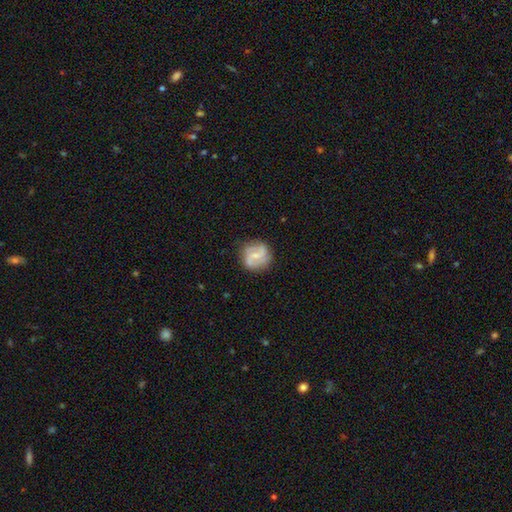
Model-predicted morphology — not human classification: Smooth or featured?
  - featured or disk: 65% *
  - smooth: 29%
  - star or artifact: 6%
Edge-on disk?
  - no: 98% *
  - yes: 2%
Bar?
  - weak: 54% *
  - no: 28%
  - strong: 18%
Spiral arms?
  - yes: 87% *
  - no: 13%
Spiral winding?
  - medium: 48% *
  - tight: 27%
  - loose: 25%
Spiral arm count?
  - 2: 82% *
  - can't tell: 9%
  - 3: 4%
  - 1: 2%
  - 4: 1%
  - more than 4: 1%
Bulge size?
  - small: 55% *
  - moderate: 37%
  - none: 6%
  - large: 2%
  - dominant: 1%
Merging?
  - none: 80% *
  - minor disturbance: 15%
  - major disturbance: 4%
  - merger: 1%